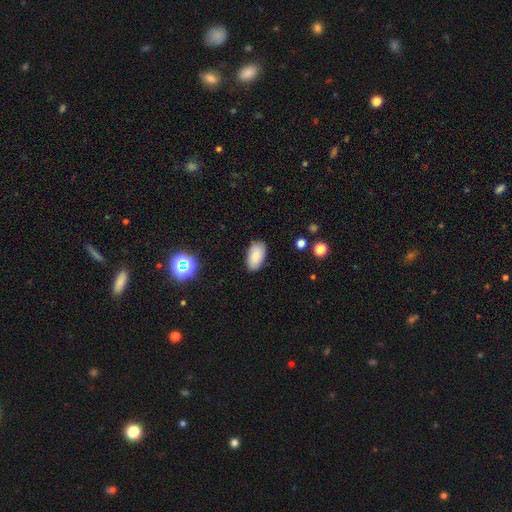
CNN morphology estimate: smooth-or-featured: smooth: 85% | star or artifact: 8% | featured or disk: 7%
  how-rounded: in between: 94% | round: 4% | cigar-shaped: 2%
  merging: none: 84% | minor disturbance: 12% | major disturbance: 3% | merger: 1%